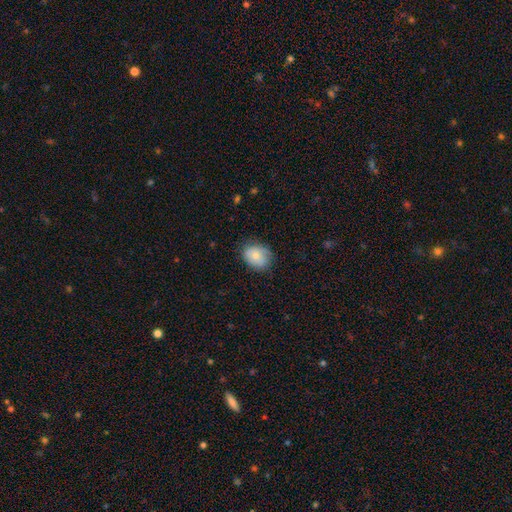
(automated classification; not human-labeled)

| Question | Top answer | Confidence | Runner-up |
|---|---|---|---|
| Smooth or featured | smooth | 76% | featured or disk (17%) |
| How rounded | in between | 54% | round (45%) |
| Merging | none | 71% | minor disturbance (23%) |